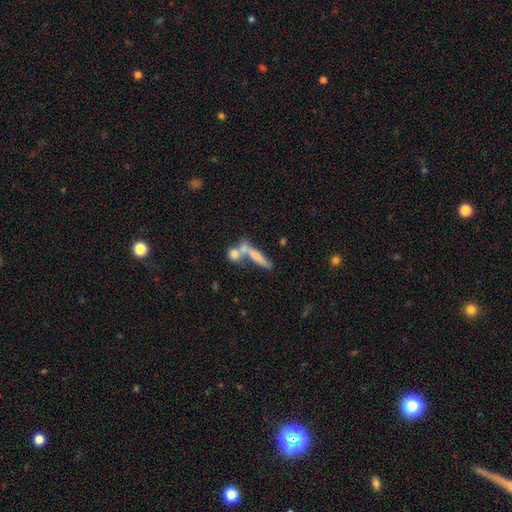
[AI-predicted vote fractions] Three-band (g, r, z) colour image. It shows a smooth galaxy with no disk features (56%) that is cigar-shaped (80%). Merging: none (49%).